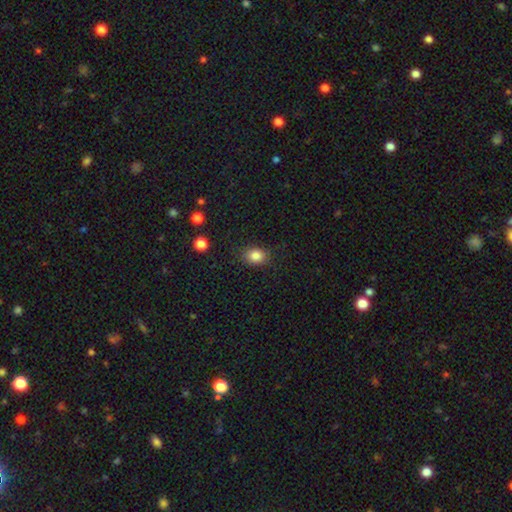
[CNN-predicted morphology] smooth 84%, star or artifact 10%, featured or disk 5%. Down the decision tree: how rounded — in between (55%); merging — none (83%).